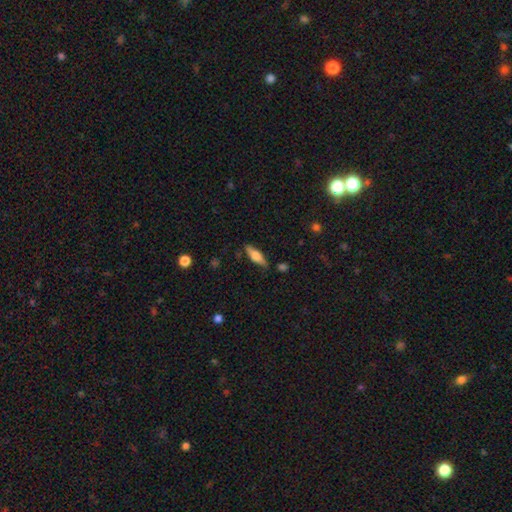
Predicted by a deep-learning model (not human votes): Smooth or featured: smooth — 59% (featured or disk — 35%)
How rounded: in between — 51% (cigar-shaped — 47%)
Merging: none — 81% (minor disturbance — 14%)